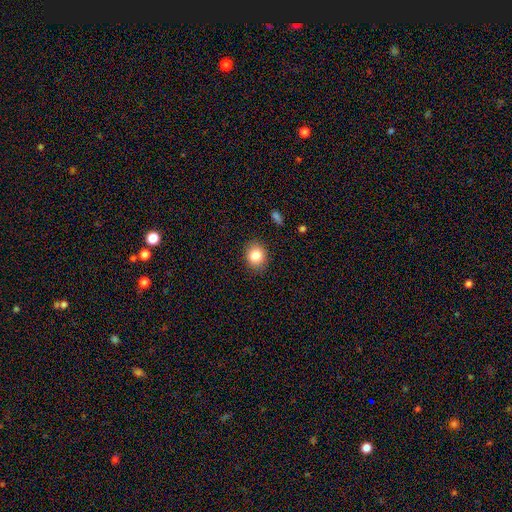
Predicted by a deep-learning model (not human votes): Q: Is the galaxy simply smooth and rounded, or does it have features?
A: smooth — 83%.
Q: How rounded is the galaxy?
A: round — 63%.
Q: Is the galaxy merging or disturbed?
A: none — 87%.